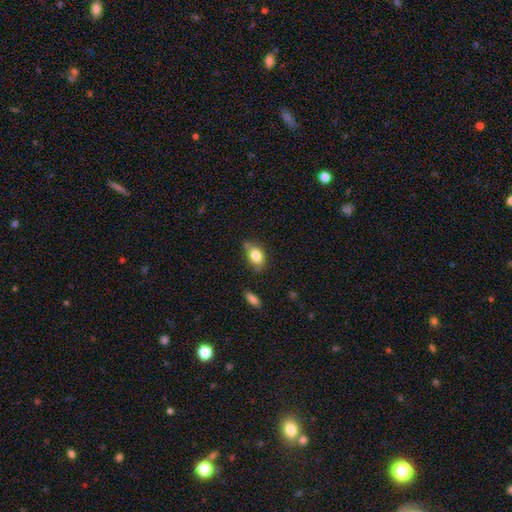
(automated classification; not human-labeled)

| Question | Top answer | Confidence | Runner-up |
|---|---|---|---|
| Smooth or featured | smooth | 82% | featured or disk (10%) |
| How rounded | in between | 76% | round (22%) |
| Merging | none | 63% | minor disturbance (25%) |